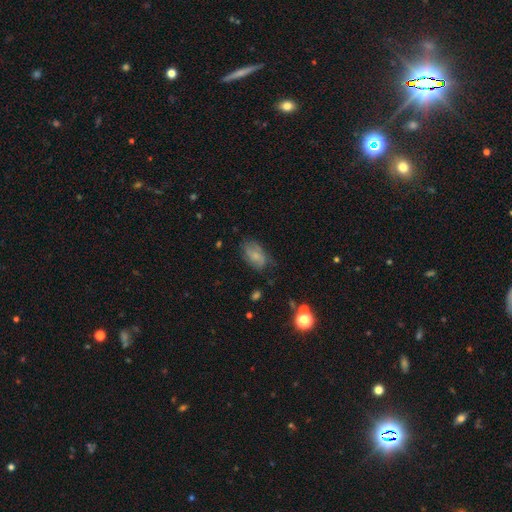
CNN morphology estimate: Smooth or featured: smooth — 63% (featured or disk — 28%)
How rounded: in between — 90% (round — 8%)
Merging: none — 61% (minor disturbance — 28%)